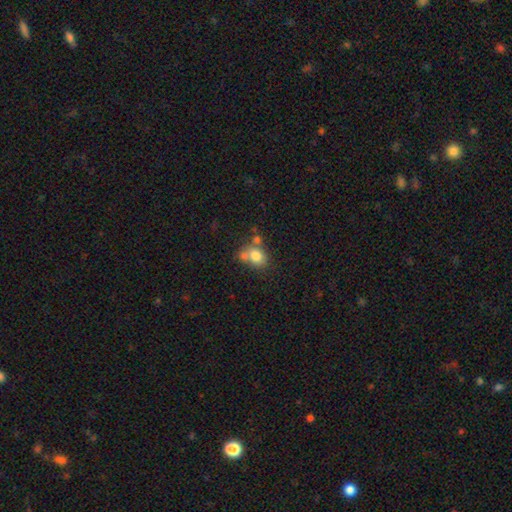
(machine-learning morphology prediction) Smooth or featured?
  - smooth: 77% *
  - featured or disk: 13%
  - star or artifact: 10%
How rounded?
  - round: 50% *
  - in between: 49%
  - cigar-shaped: 1%
Merging?
  - none: 43% *
  - merger: 36%
  - minor disturbance: 15%
  - major disturbance: 6%